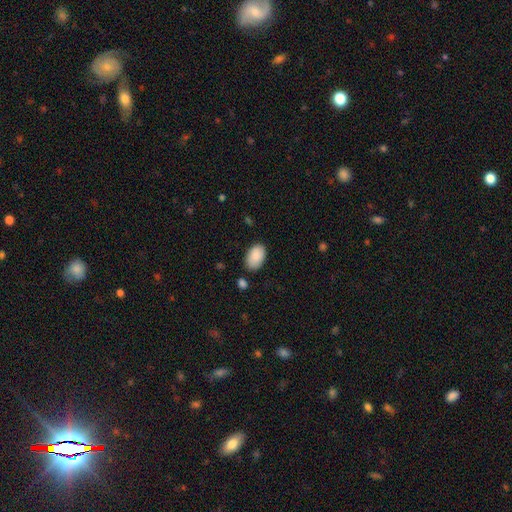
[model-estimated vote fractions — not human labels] A smooth galaxy with no disk features (89%) that is in between round and cigar-shaped (92%).

Vote fractions:
- Smooth or featured? smooth: 89% / star or artifact: 6% / featured or disk: 5%
- How rounded? in between: 92% / round: 7% / cigar-shaped: 1%
- Merging? none: 80% / minor disturbance: 14% / major disturbance: 3% / merger: 2%